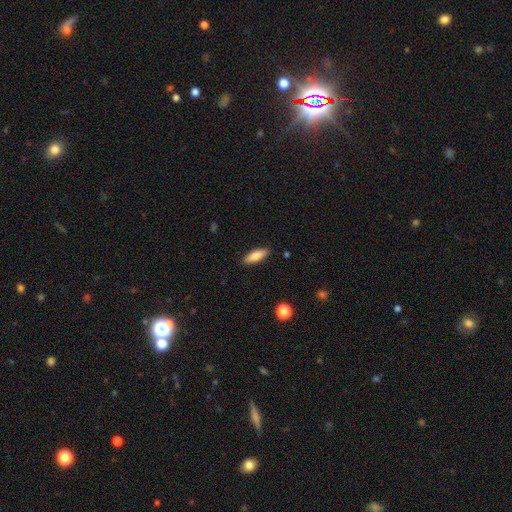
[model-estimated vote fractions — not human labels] smooth 82%, featured or disk 11%, star or artifact 7%. Down the decision tree: how rounded — in between (61%); merging — none (88%).